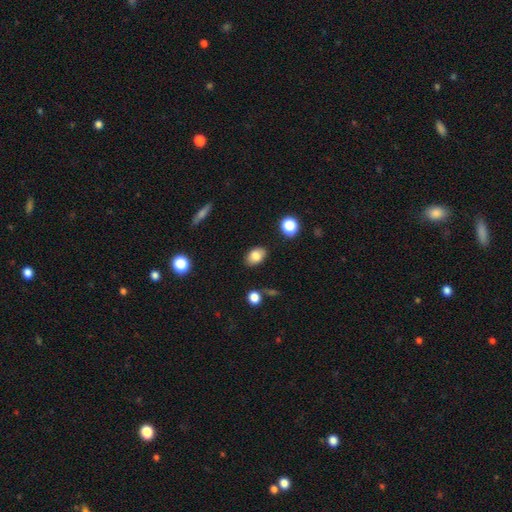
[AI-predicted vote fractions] Overall: smooth (83%). How rounded: in between (83%). Merging: none (83%).